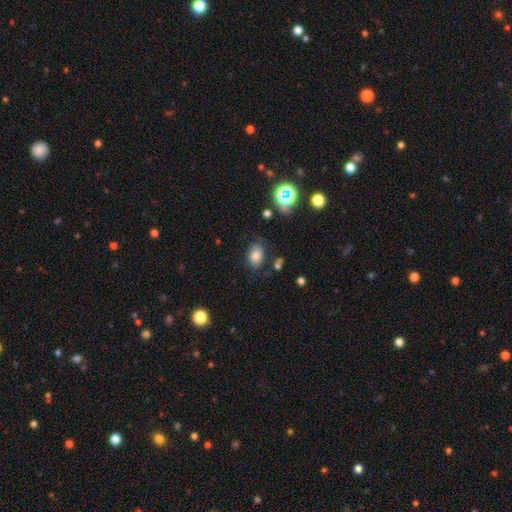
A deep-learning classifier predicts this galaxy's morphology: A smooth galaxy with no disk features (77%) that is in between round and cigar-shaped (82%).

Vote fractions:
- Smooth or featured? smooth: 77% / star or artifact: 13% / featured or disk: 10%
- How rounded? in between: 82% / round: 17% / cigar-shaped: 1%
- Merging? none: 75% / minor disturbance: 17% / major disturbance: 5% / merger: 3%